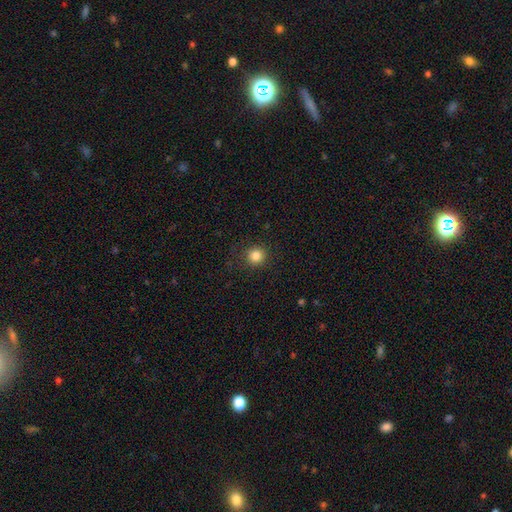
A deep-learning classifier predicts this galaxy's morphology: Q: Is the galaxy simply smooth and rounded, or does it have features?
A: smooth — 84%.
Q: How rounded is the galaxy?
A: round — 93%.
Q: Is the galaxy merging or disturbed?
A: none — 89%.